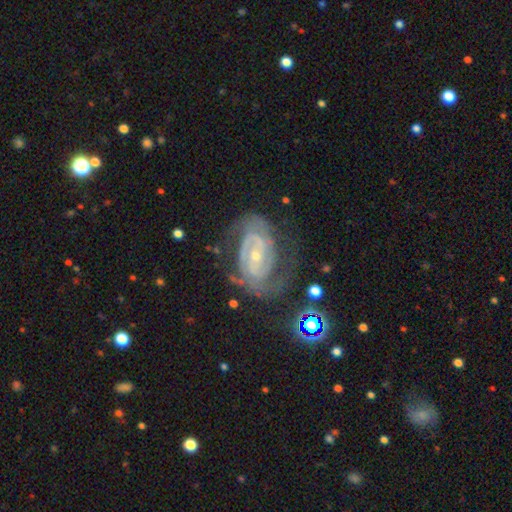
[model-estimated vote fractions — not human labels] featured or disk 87%, smooth 7%, star or artifact 6%. Down the decision tree: edge-on disk — no (97%); bar — no (45%); spiral arms — yes (94%); spiral arm count — 2 (57%); spiral winding — tight (58%); bulge size — small (73%); merging — none (58%).